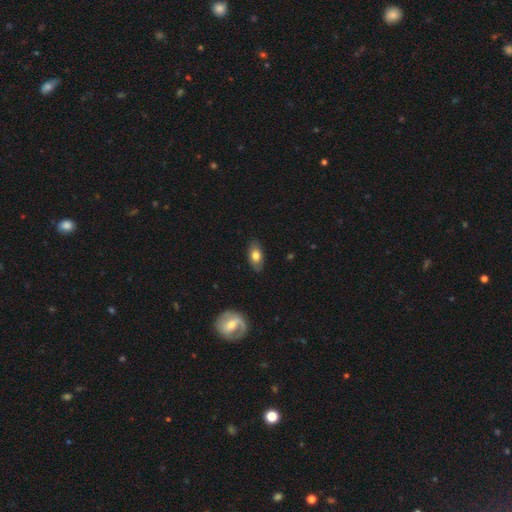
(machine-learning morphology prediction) The model was most divided on "smooth or featured": smooth: 69%, featured or disk: 24%, star or artifact: 7%. More confident: how rounded — in between (88%); merging — none (82%).